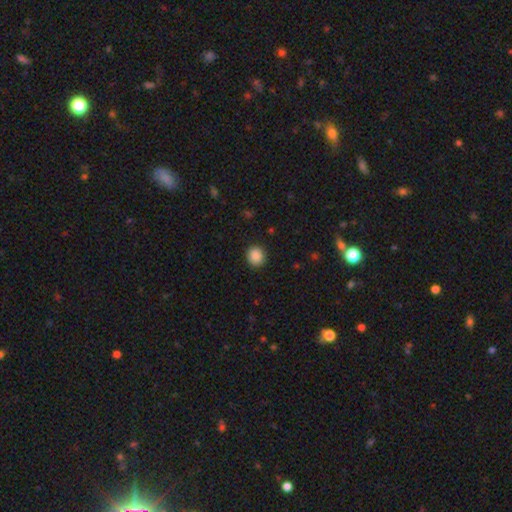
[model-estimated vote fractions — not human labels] A smooth galaxy with no disk features (88%) that is round (87%).

Vote fractions:
- Smooth or featured? smooth: 88% / star or artifact: 9% / featured or disk: 2%
- How rounded? round: 87% / in between: 12% / cigar-shaped: 1%
- Merging? none: 90% / minor disturbance: 7% / major disturbance: 2% / merger: 1%